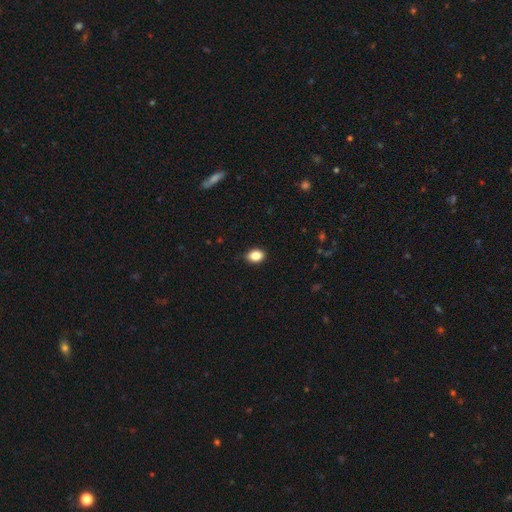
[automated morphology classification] Smooth or featured: smooth — 86% (star or artifact — 9%)
How rounded: in between — 71% (round — 28%)
Merging: none — 85% (minor disturbance — 12%)